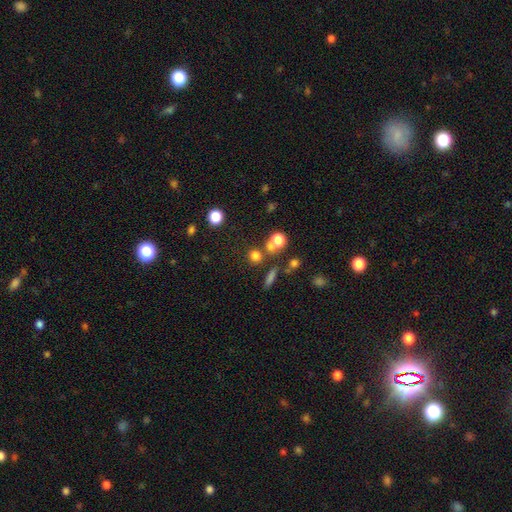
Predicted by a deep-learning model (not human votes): Morphology: type=smooth (73%); roundness=round (86%); merging=none (64%).